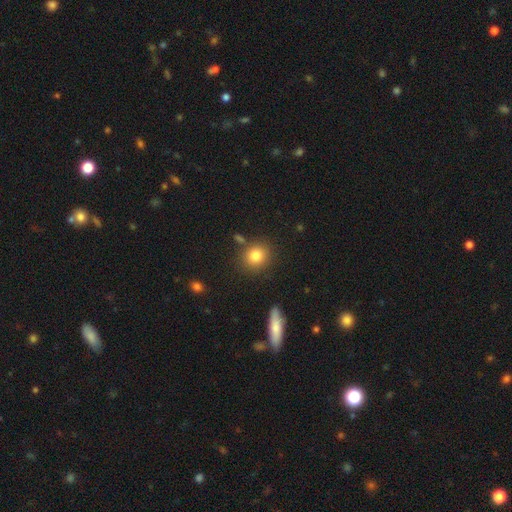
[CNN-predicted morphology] Smooth or featured?
  - smooth: 83% *
  - star or artifact: 10%
  - featured or disk: 7%
How rounded?
  - round: 80% *
  - in between: 18%
  - cigar-shaped: 1%
Merging?
  - none: 81% *
  - minor disturbance: 10%
  - merger: 6%
  - major disturbance: 3%